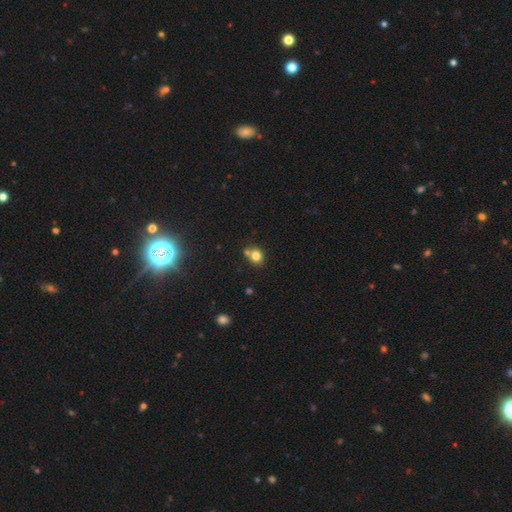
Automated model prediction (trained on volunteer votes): smooth-or-featured: smooth: 78% | star or artifact: 13% | featured or disk: 9%
  how-rounded: round: 71% | in between: 28% | cigar-shaped: 1%
  merging: none: 57% | merger: 27% | minor disturbance: 12% | major disturbance: 3%